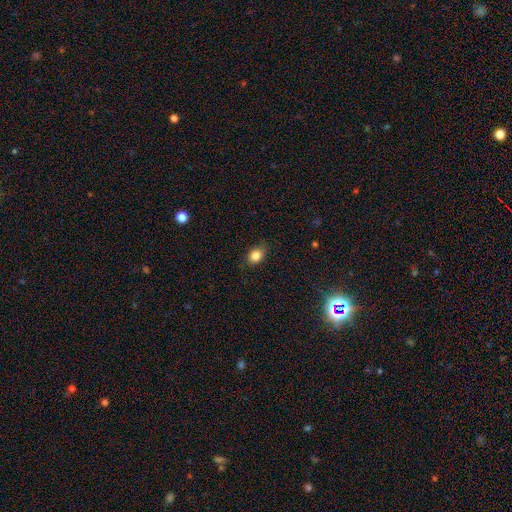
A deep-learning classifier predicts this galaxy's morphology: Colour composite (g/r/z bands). It shows a smooth galaxy with no disk features (84%) that is in between round and cigar-shaped (56%). Merging: none (79%).